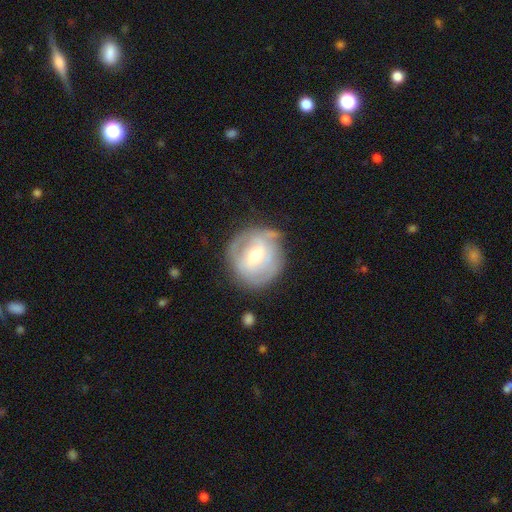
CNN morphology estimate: This is possibly a featured or disk galaxy (58%). It is clearly not viewed edge-on (96%). Bar: possibly no (46%). Spiral arm pattern: possibly yes (60%). Central bulge: likely moderate (64%). Merging: likely none (67%).